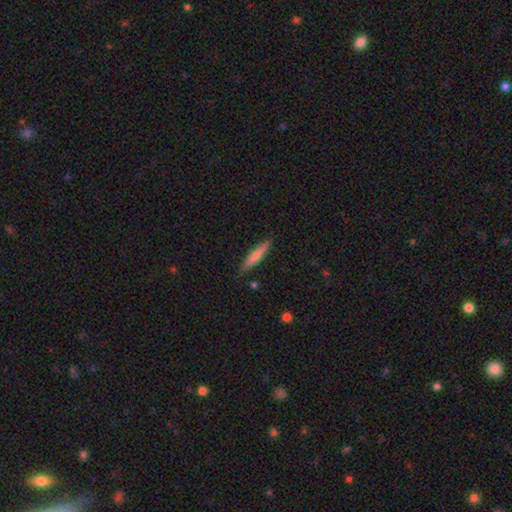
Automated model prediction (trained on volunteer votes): Morphology: type=smooth (69%); roundness=cigar-shaped (91%); merging=none (87%).